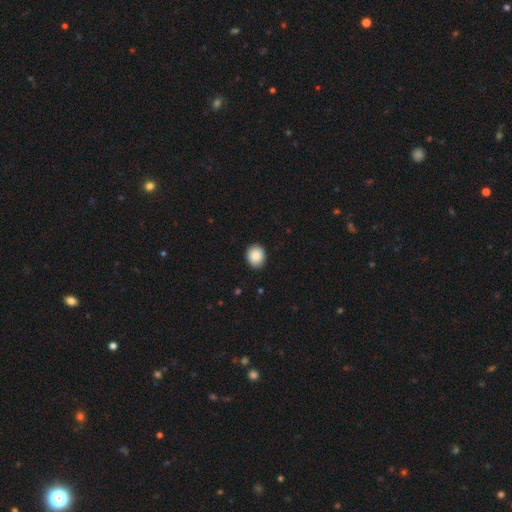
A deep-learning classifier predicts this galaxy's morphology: Smooth or featured? Predicted: smooth (p=0.88). How rounded? Predicted: round (p=0.71). Merging? Predicted: none (p=0.91).